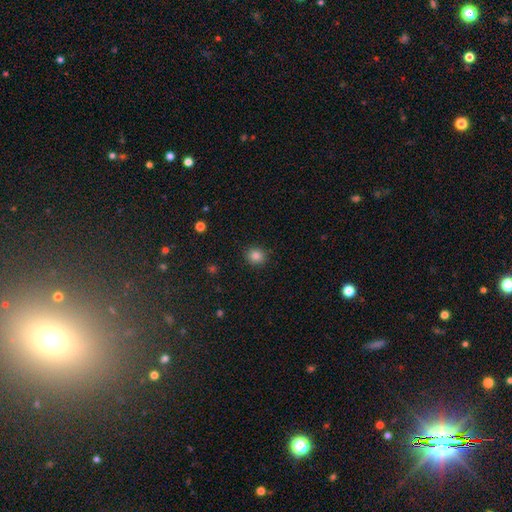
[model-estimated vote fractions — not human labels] Smooth or featured: smooth — 85% (star or artifact — 11%)
How rounded: round — 79% (in between — 20%)
Merging: none — 89% (minor disturbance — 7%)